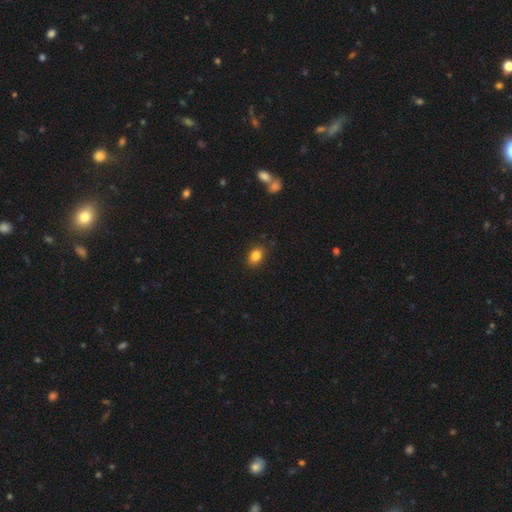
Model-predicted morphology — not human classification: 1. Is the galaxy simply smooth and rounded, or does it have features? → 84% smooth, 10% star or artifact, 6% featured or disk.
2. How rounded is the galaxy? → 66% in between, 32% round, 1% cigar-shaped.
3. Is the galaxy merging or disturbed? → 88% none, 9% minor disturbance, 2% major disturbance, 1% merger.